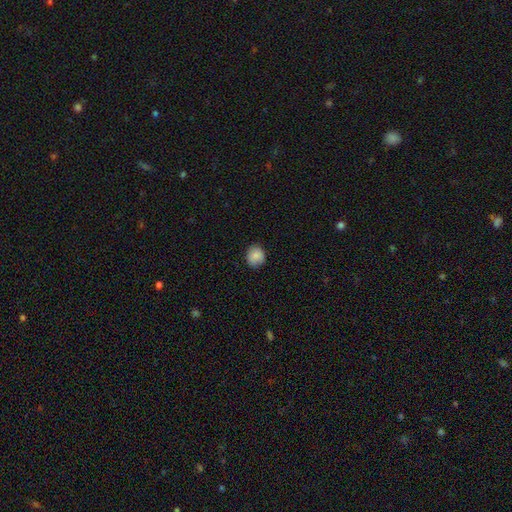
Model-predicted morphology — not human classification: A smooth galaxy with no disk features (84%) that is round (71%).

Vote fractions:
- Smooth or featured? smooth: 84% / star or artifact: 8% / featured or disk: 7%
- How rounded? round: 71% / in between: 28% / cigar-shaped: 1%
- Merging? none: 80% / minor disturbance: 16% / major disturbance: 3% / merger: 1%